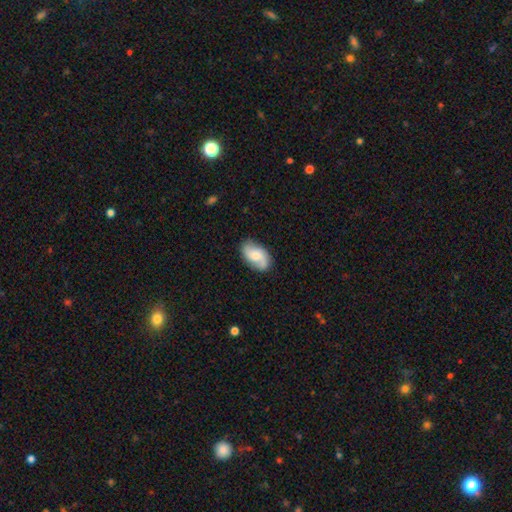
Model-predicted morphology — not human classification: Q: Smooth or featured?
A: featured or disk (55%); runner-up: smooth (38%)
Q: Edge-on disk?
A: no (96%); runner-up: yes (4%)
Q: Bar?
A: no (63%); runner-up: weak (31%)
Q: Spiral arms?
A: yes (92%); runner-up: no (8%)
Q: Bulge size?
A: small (45%); runner-up: moderate (44%)
Q: Merging?
A: none (79%); runner-up: minor disturbance (15%)